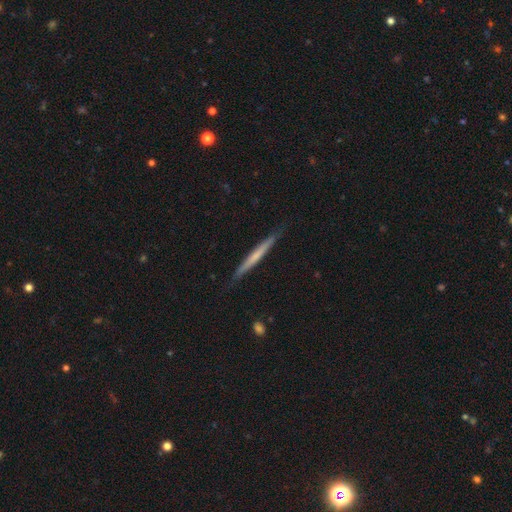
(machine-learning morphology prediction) Smooth or featured?
  - featured or disk: 48% *
  - smooth: 46%
  - star or artifact: 5%
Merging?
  - none: 86% *
  - minor disturbance: 11%
  - major disturbance: 2%
  - merger: 1%